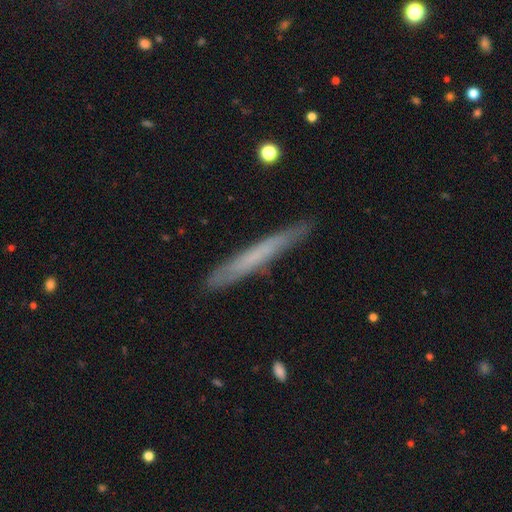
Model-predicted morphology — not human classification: Q: Smooth or featured?
A: smooth (52%); runner-up: featured or disk (42%)
Q: How rounded?
A: cigar-shaped (96%); runner-up: in between (2%)
Q: Merging?
A: none (86%); runner-up: minor disturbance (11%)